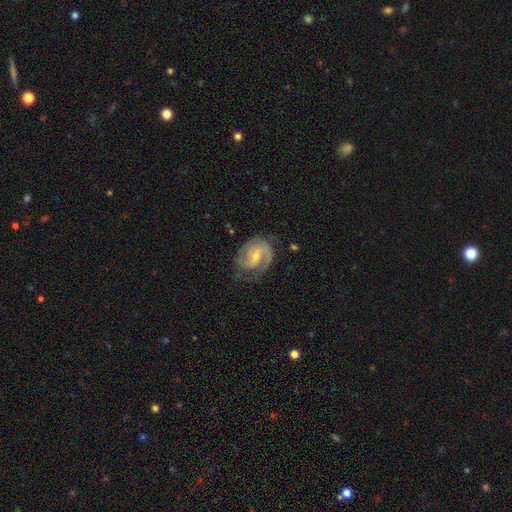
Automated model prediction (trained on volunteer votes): smooth_or_featured: featured or disk (p=0.85) [alt: smooth p=0.10]
disk_edge_on: no (p=0.98) [alt: yes p=0.02]
bar: weak (p=0.52) [alt: no p=0.30]
has_spiral_arms: yes (p=0.96) [alt: no p=0.04]
spiral_winding: medium (p=0.46) [alt: tight p=0.41]
spiral_arm_count: 2 (p=0.67) [alt: can't tell p=0.11]
bulge_size: small (p=0.61) [alt: moderate p=0.34]
merging: none (p=0.65) [alt: minor disturbance p=0.21]